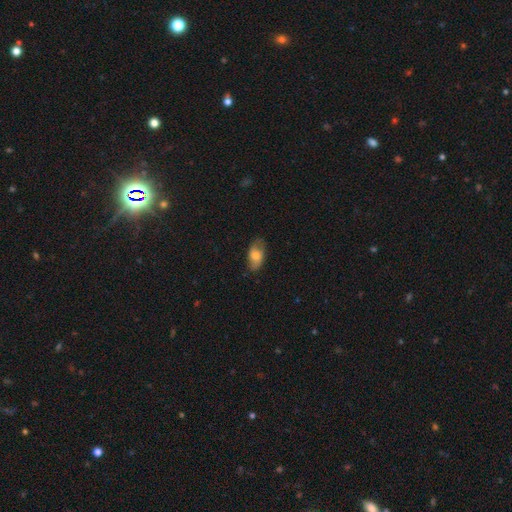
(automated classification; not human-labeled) This appears to be a smooth galaxy with no disk features (63%) that is in between round and cigar-shaped (91%). Merging: none (74%).